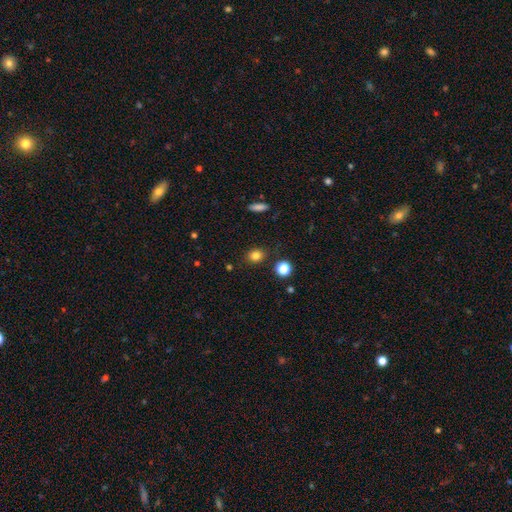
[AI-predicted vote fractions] smooth_or_featured: smooth (p=0.82) [alt: star or artifact p=0.13]
how_rounded: round (p=0.63) [alt: in between p=0.36]
merging: none (p=0.85) [alt: minor disturbance p=0.10]